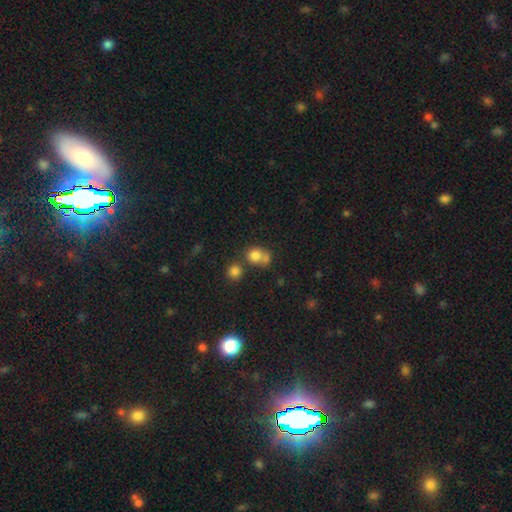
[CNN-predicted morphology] smooth 77%, star or artifact 13%, featured or disk 10%. Down the decision tree: how rounded — round (77%); merging — merger (43%).